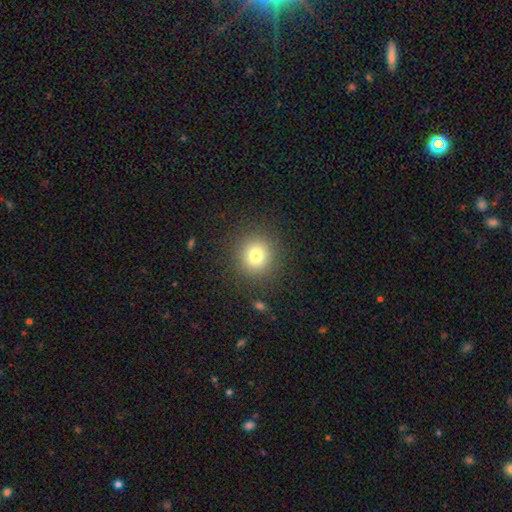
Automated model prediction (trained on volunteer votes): A smooth galaxy with no disk features (77%) that is round (92%).

Vote fractions:
- Smooth or featured? smooth: 77% / star or artifact: 14% / featured or disk: 10%
- How rounded? round: 92% / in between: 7% / cigar-shaped: 1%
- Merging? none: 89% / minor disturbance: 7% / major disturbance: 3% / merger: 1%